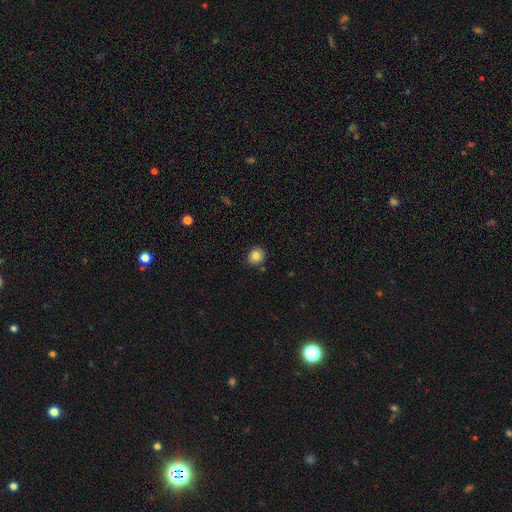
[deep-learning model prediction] A smooth galaxy with no disk features (81%) that is round (84%). Merging: none (85%).